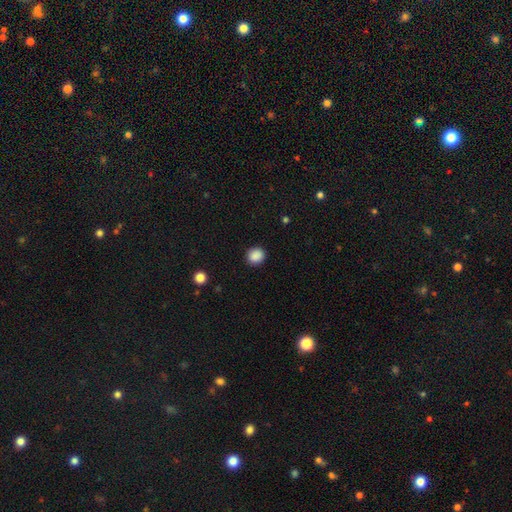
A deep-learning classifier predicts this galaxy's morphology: A smooth galaxy with no disk features (88%) that is round (85%).

Vote fractions:
- Smooth or featured? smooth: 88% / star or artifact: 9% / featured or disk: 2%
- How rounded? round: 85% / in between: 14% / cigar-shaped: 1%
- Merging? none: 90% / minor disturbance: 7% / major disturbance: 2% / merger: 1%